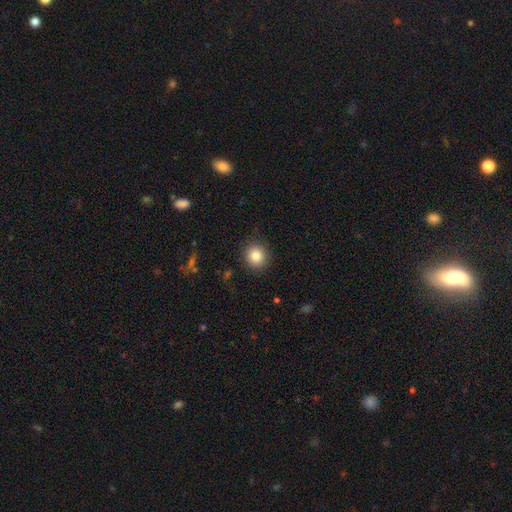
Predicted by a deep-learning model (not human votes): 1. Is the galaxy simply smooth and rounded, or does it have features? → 83% smooth, 10% star or artifact, 7% featured or disk.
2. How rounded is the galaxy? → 88% round, 11% in between, 1% cigar-shaped.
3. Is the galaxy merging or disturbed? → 90% none, 7% minor disturbance, 2% major disturbance, 1% merger.